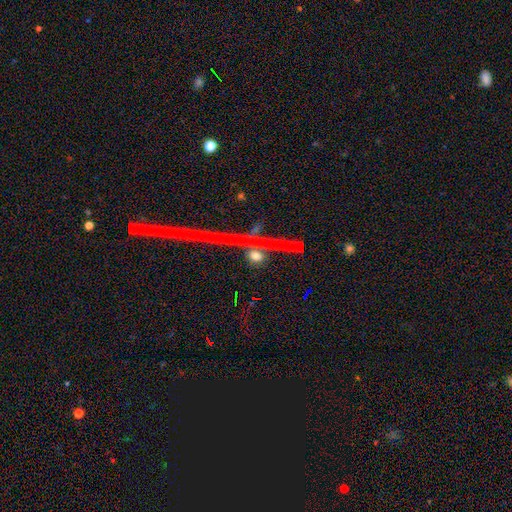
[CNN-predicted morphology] Smooth or featured? star or artifact (57%)